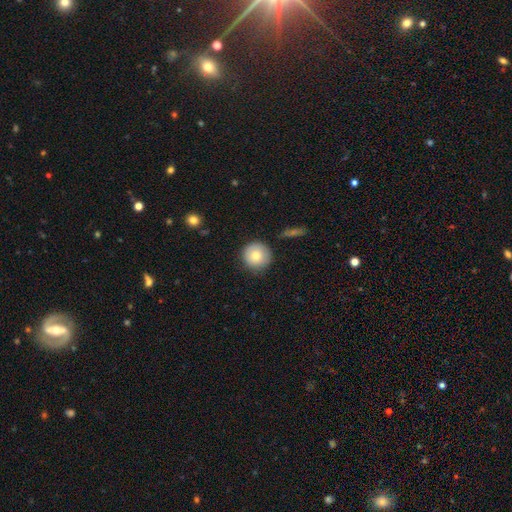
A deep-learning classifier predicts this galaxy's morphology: Smooth or featured?
  - smooth: 77% *
  - featured or disk: 14%
  - star or artifact: 8%
How rounded?
  - round: 95% *
  - in between: 4%
  - cigar-shaped: 1%
Merging?
  - none: 86% *
  - minor disturbance: 10%
  - major disturbance: 2%
  - merger: 2%